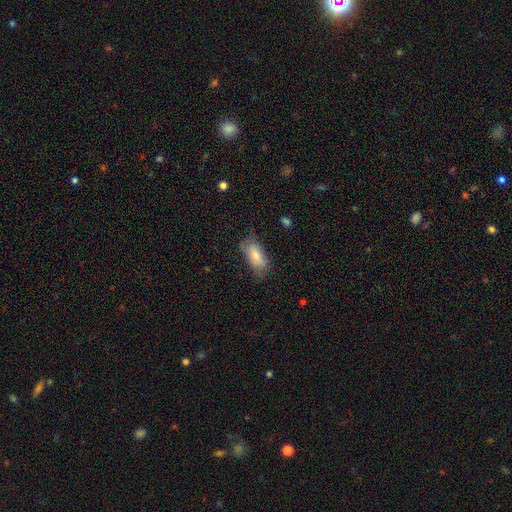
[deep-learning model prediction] Smooth or featured?
  - smooth: 76% *
  - featured or disk: 17%
  - star or artifact: 6%
How rounded?
  - in between: 87% *
  - cigar-shaped: 10%
  - round: 3%
Merging?
  - none: 63% *
  - minor disturbance: 27%
  - major disturbance: 9%
  - merger: 2%